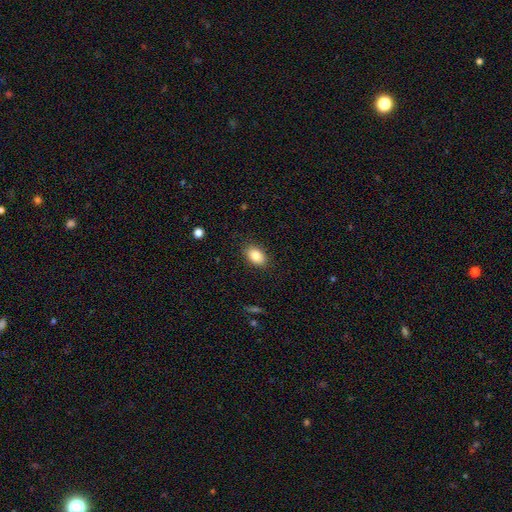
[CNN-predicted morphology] The model was most divided on "how rounded": in between: 86%, round: 13%, cigar-shaped: 1%. More confident: merging — none (86%); smooth or featured — smooth (84%).